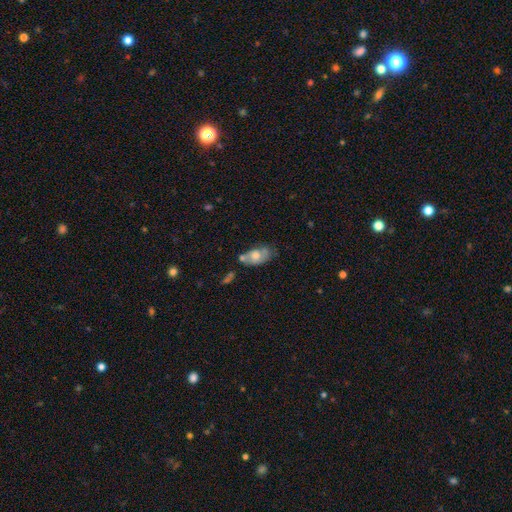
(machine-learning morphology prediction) Q: Smooth or featured?
A: smooth (59%); runner-up: featured or disk (33%)
Q: How rounded?
A: in between (89%); runner-up: round (6%)
Q: Merging?
A: none (40%); runner-up: minor disturbance (27%)